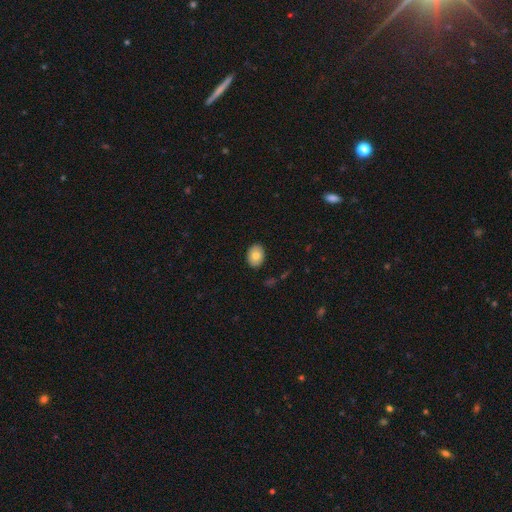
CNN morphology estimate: A smooth galaxy with no disk features (77%) that is in between round and cigar-shaped (71%).

Vote fractions:
- Smooth or featured? smooth: 77% / featured or disk: 16% / star or artifact: 7%
- How rounded? in between: 71% / round: 28% / cigar-shaped: 1%
- Merging? none: 89% / minor disturbance: 8% / major disturbance: 2% / merger: 1%